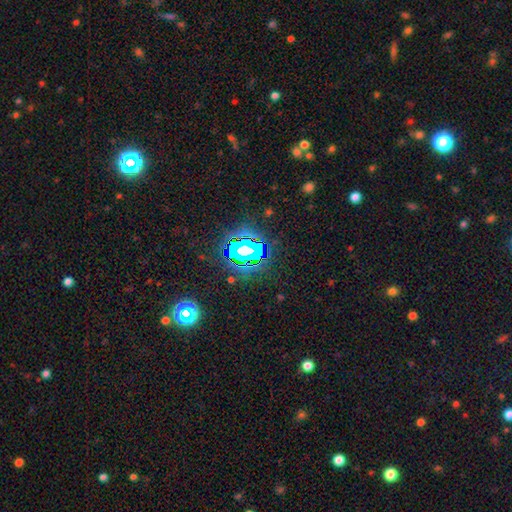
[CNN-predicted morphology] Smooth or featured: star or artifact — 82% (smooth — 11%)